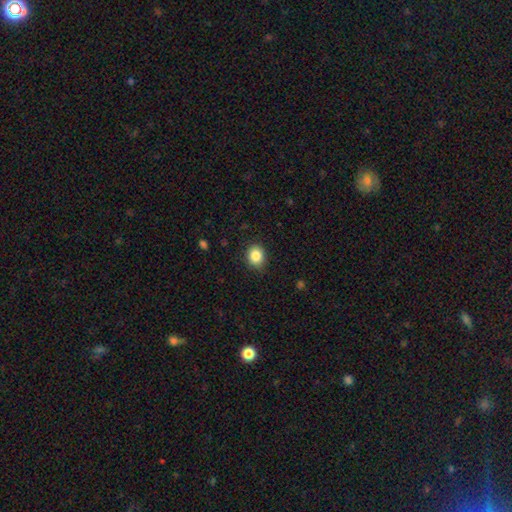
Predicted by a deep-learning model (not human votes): This appears to be a smooth galaxy with no disk features (86%) that is round (67%). Merging: none (88%).